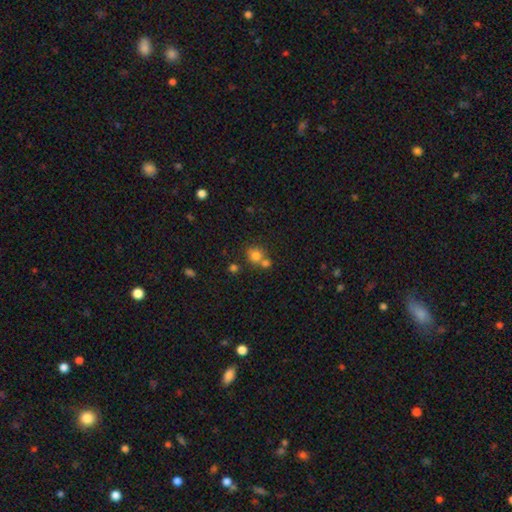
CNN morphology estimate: A smooth galaxy with no disk features (77%) that is round (84%). Merging: none (52%).